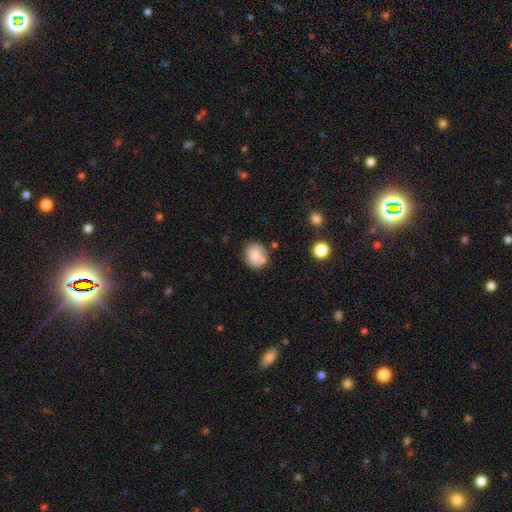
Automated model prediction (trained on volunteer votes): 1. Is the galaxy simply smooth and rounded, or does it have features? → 78% smooth, 13% featured or disk, 9% star or artifact.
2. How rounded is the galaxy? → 69% round, 30% in between, 1% cigar-shaped.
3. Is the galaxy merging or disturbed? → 66% none, 18% minor disturbance, 12% merger, 4% major disturbance.